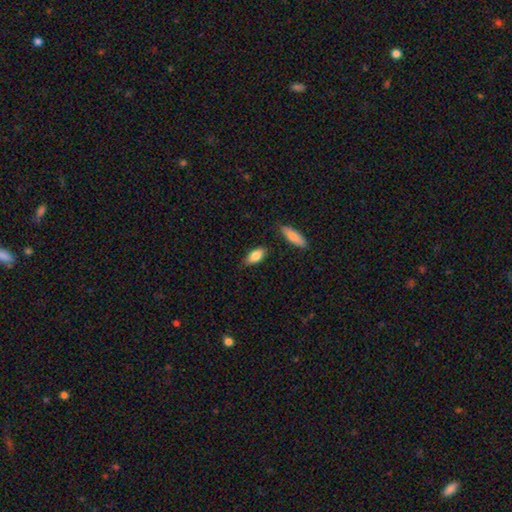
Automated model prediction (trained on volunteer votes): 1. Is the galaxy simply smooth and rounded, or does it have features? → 83% smooth, 11% featured or disk, 7% star or artifact.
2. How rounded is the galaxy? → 85% in between, 12% cigar-shaped, 3% round.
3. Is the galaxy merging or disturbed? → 77% none, 17% minor disturbance, 4% merger, 3% major disturbance.